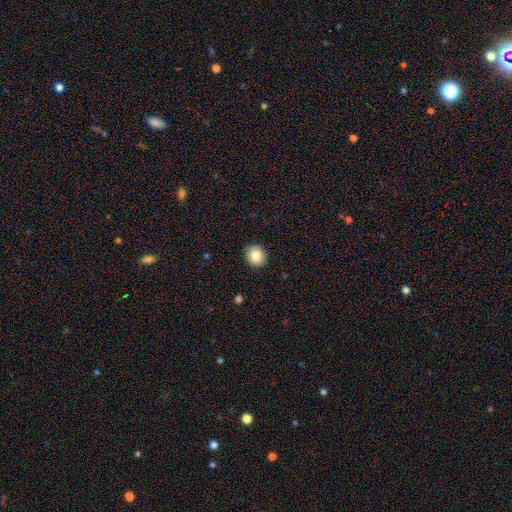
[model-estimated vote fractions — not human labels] This appears to be a smooth galaxy with no disk features (84%) that is round (84%). Merging: none (92%).